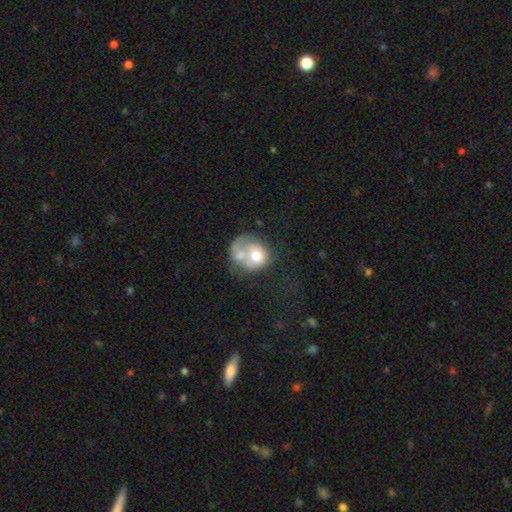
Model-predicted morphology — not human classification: Smooth or featured? Predicted: smooth (p=0.59). How rounded? Predicted: round (p=0.66). Merging? Predicted: merger (p=0.54).